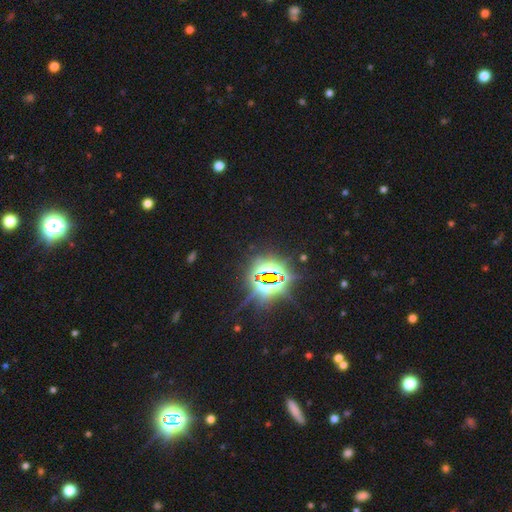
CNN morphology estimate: Smooth or featured? Predicted: star or artifact (p=0.83).